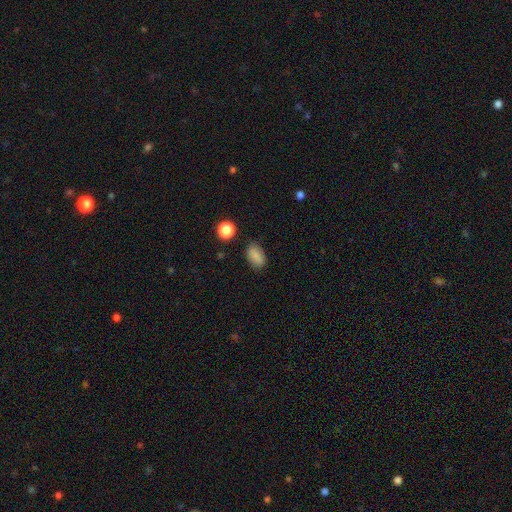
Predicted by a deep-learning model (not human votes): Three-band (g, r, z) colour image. It shows a smooth galaxy with no disk features (84%) that is in between round and cigar-shaped (88%). Merging: none (82%).